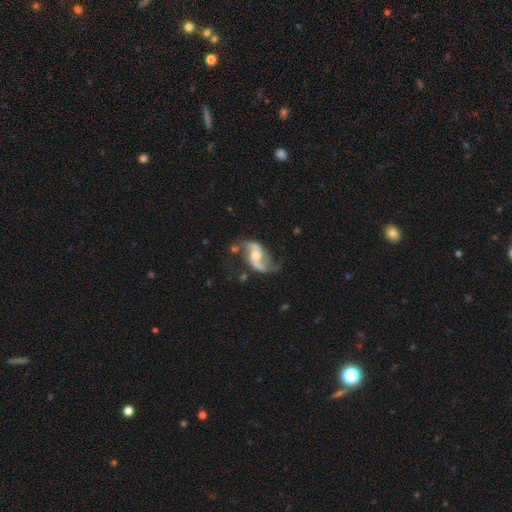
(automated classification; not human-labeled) Q: Smooth or featured?
A: featured or disk (88%); runner-up: smooth (7%)
Q: Edge-on disk?
A: no (97%); runner-up: yes (3%)
Q: Bar?
A: weak (40%); runner-up: no (37%)
Q: Spiral arms?
A: yes (96%); runner-up: no (4%)
Q: Spiral winding?
A: loose (73%); runner-up: medium (22%)
Q: Spiral arm count?
A: 2 (92%); runner-up: 1 (3%)
Q: Bulge size?
A: moderate (64%); runner-up: small (27%)
Q: Merging?
A: none (65%); runner-up: minor disturbance (19%)